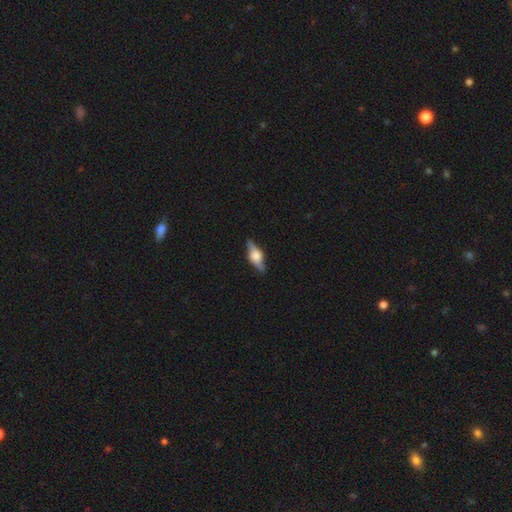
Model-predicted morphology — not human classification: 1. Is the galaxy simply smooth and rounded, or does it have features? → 70% featured or disk, 24% smooth, 6% star or artifact.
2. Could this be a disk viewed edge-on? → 94% yes, 6% no.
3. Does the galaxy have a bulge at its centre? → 89% rounded, 10% boxy, 2% none.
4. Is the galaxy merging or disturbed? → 86% none, 11% minor disturbance, 2% major disturbance, 1% merger.